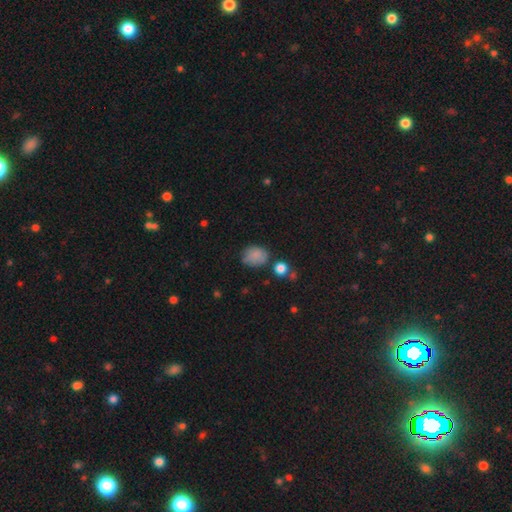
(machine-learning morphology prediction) This is clearly a smooth galaxy (80%). How rounded: possibly in between (54%). Merging: possibly none (59%).